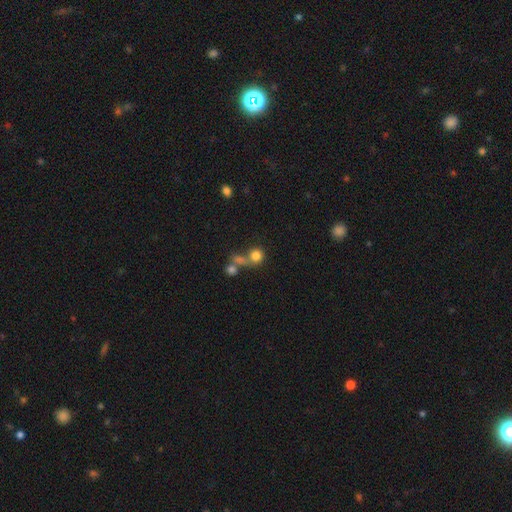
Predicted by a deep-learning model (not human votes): Smooth or featured?
  - smooth: 78% *
  - star or artifact: 13%
  - featured or disk: 10%
How rounded?
  - round: 86% *
  - in between: 12%
  - cigar-shaped: 1%
Merging?
  - none: 45% *
  - merger: 37%
  - minor disturbance: 10%
  - major disturbance: 8%